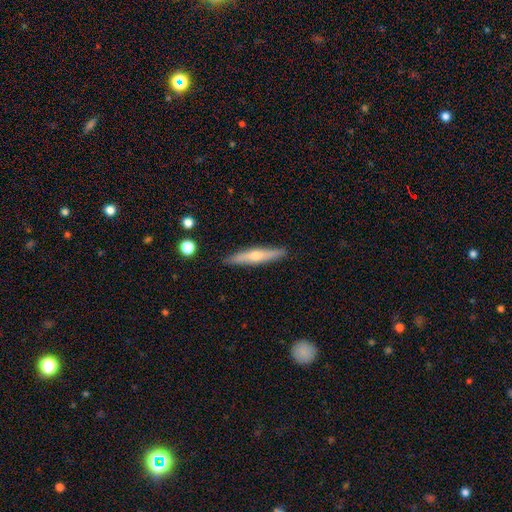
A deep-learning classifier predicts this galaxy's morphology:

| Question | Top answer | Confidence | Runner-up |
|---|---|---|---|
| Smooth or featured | featured or disk | 55% | smooth (39%) |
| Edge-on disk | yes | 93% | no (7%) |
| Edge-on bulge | rounded | 86% | none (11%) |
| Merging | none | 89% | minor disturbance (8%) |